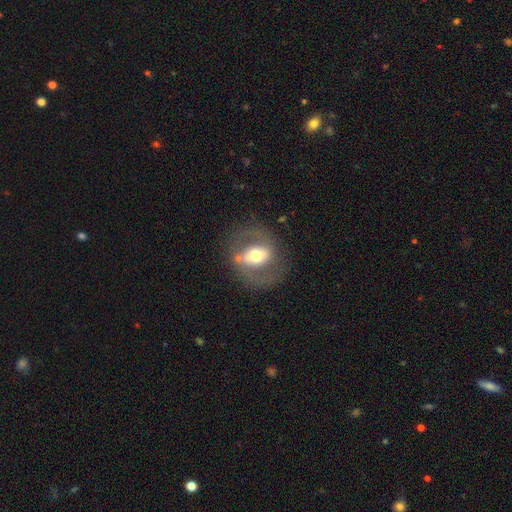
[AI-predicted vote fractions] smooth-or-featured: featured or disk: 64% | smooth: 29% | star or artifact: 7%
  disk-edge-on: no: 94% | yes: 6%
    bar: strong: 35% | weak: 33% | no: 31%
    has-spiral-arms: yes: 58% | no: 42%
    bulge-size: moderate: 61% | large: 25% | small: 10% | dominant: 3% | none: 1%
  merging: none: 72% | minor disturbance: 14% | major disturbance: 11% | merger: 3%